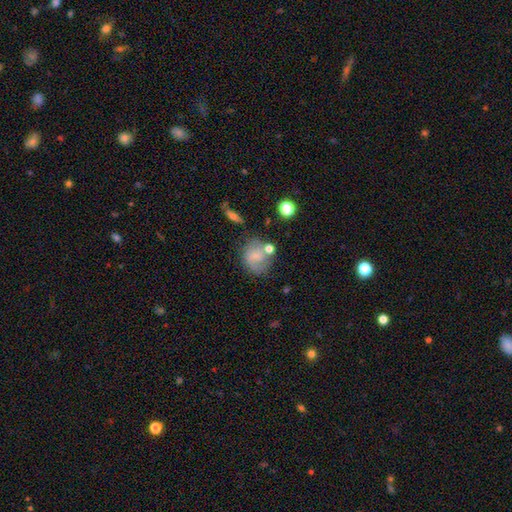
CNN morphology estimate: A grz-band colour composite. It shows a smooth galaxy with no disk features (55%) that is round (71%). Merging: none (53%).